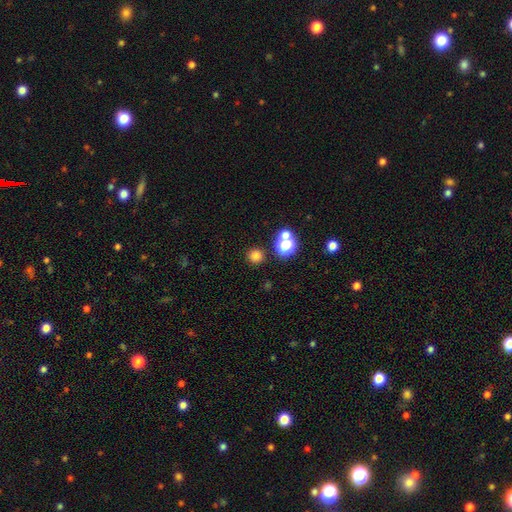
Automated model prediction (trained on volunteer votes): smooth_or_featured: smooth (p=0.76) [alt: star or artifact p=0.19]
how_rounded: round (p=0.94) [alt: in between p=0.05]
merging: none (p=0.86) [alt: minor disturbance p=0.06]